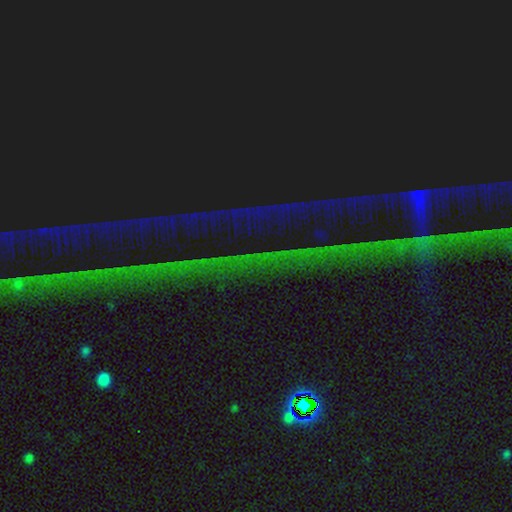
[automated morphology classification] star or artifact 81%, featured or disk 10%, smooth 9%.